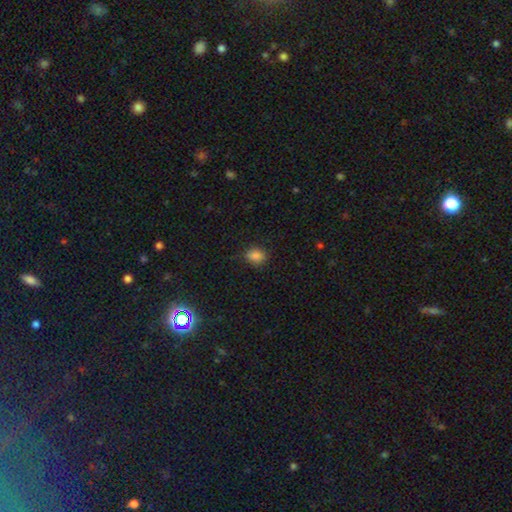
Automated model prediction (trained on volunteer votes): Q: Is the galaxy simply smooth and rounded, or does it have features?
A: smooth — 84%.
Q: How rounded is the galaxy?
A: round — 51%.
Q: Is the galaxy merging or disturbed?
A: none — 84%.